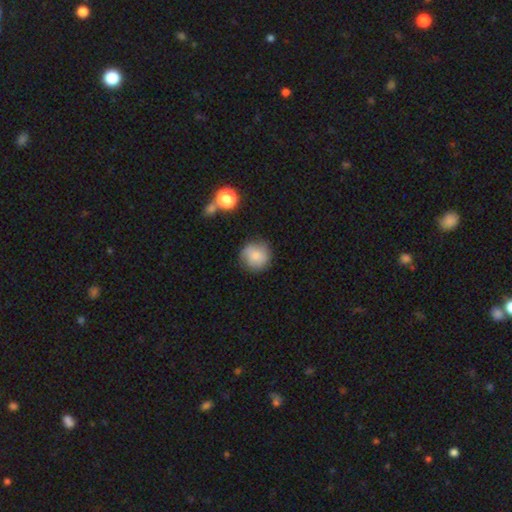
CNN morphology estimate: Overall: smooth (76%). How rounded: round (93%). Merging: none (78%).